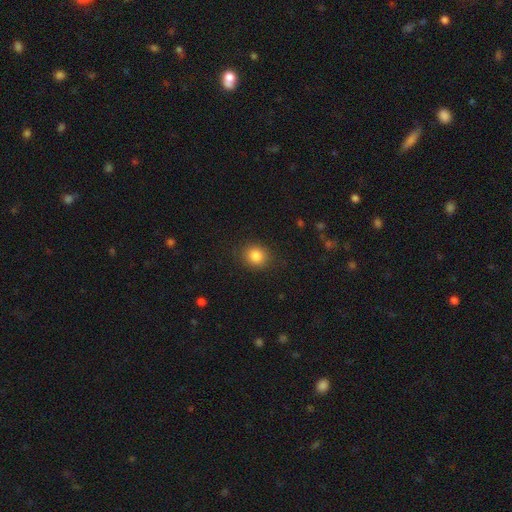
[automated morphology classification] Smooth or featured?
  - smooth: 84% *
  - star or artifact: 10%
  - featured or disk: 5%
How rounded?
  - round: 77% *
  - in between: 22%
  - cigar-shaped: 1%
Merging?
  - none: 87% *
  - minor disturbance: 9%
  - major disturbance: 3%
  - merger: 1%